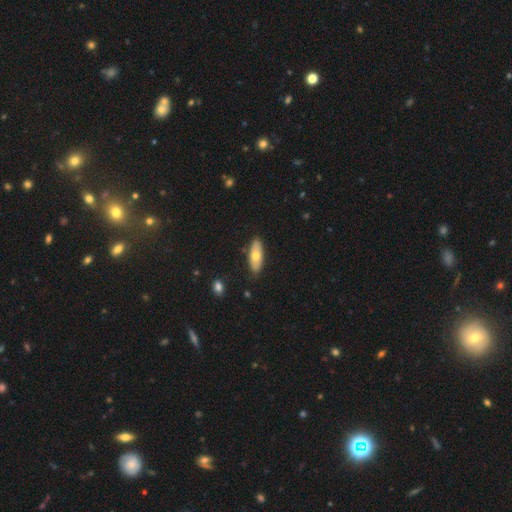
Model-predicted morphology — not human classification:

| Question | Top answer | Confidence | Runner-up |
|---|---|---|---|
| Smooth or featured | smooth | 63% | featured or disk (31%) |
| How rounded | in between | 75% | cigar-shaped (23%) |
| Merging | none | 85% | minor disturbance (11%) |